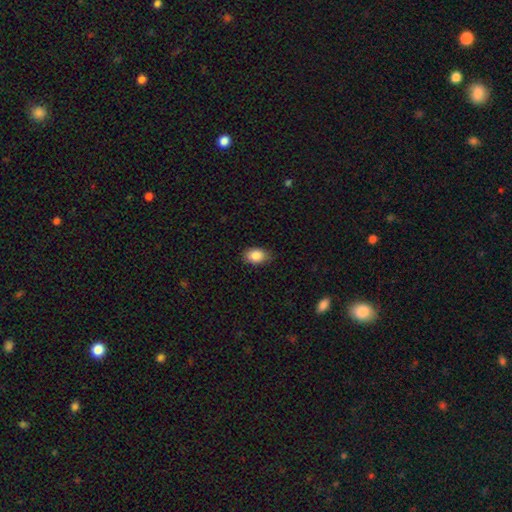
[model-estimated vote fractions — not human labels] This appears to be a smooth galaxy with no disk features (87%) that is in between round and cigar-shaped (78%). Merging: none (77%).